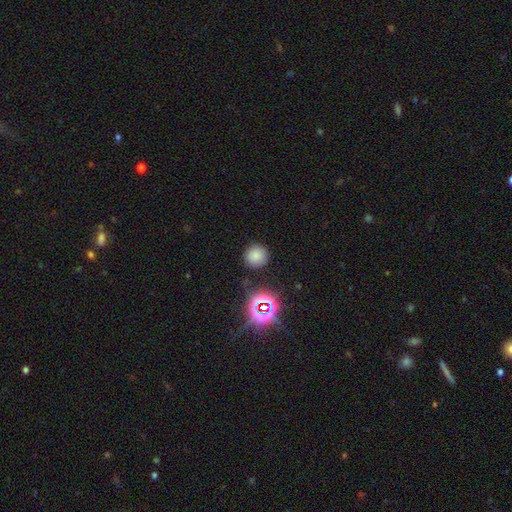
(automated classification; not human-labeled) Morphology: type=smooth (75%); roundness=round (93%); merging=none (87%).